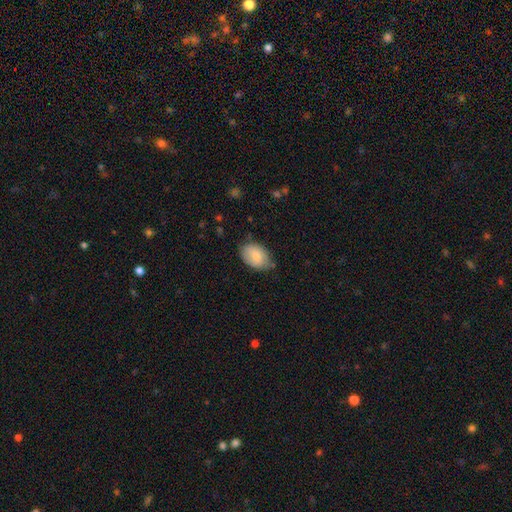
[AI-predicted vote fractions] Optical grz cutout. It shows a smooth galaxy with no disk features (80%) that is in between round and cigar-shaped (87%). Merging: none (65%).